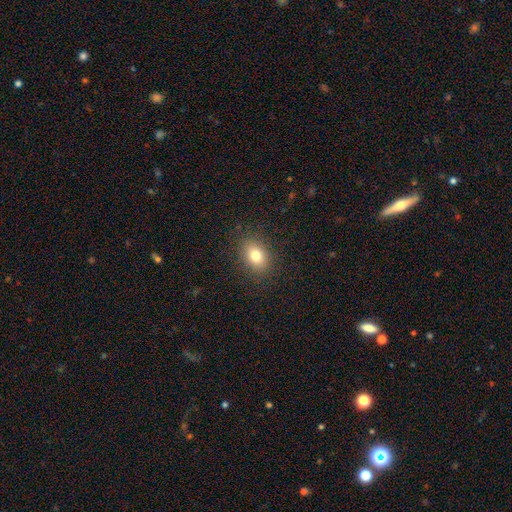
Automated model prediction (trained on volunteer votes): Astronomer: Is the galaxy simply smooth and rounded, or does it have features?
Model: smooth — 79%.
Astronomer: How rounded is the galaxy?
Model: in between — 67%.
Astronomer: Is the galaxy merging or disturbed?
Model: none — 87%.